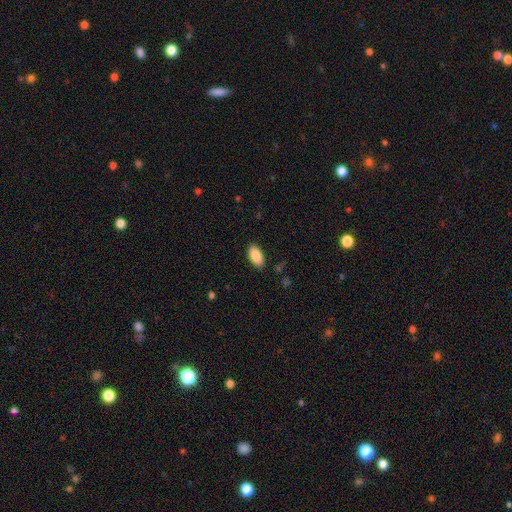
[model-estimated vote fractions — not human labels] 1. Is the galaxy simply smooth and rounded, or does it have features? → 89% smooth, 7% star or artifact, 5% featured or disk.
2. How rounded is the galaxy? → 94% in between, 4% cigar-shaped, 2% round.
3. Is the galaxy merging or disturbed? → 87% none, 10% minor disturbance, 2% major disturbance, 1% merger.